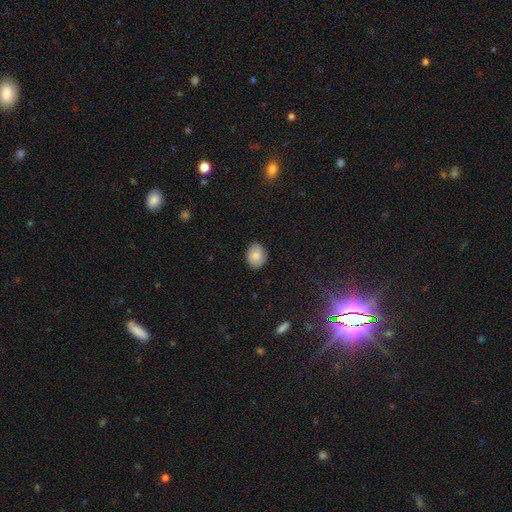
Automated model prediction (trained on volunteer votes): The model was most divided on "how rounded": in between: 50%, round: 49%, cigar-shaped: 1%. More confident: merging — none (85%); smooth or featured — smooth (85%).